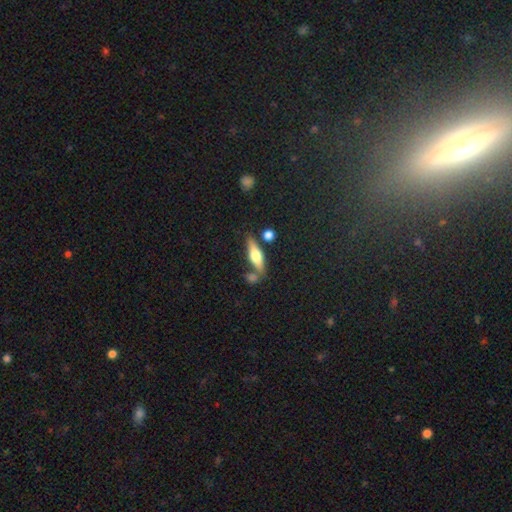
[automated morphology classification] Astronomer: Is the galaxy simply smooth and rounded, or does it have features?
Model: featured or disk — 49% (runner-up: smooth, 44%).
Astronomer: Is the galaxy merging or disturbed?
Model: none — 69%.